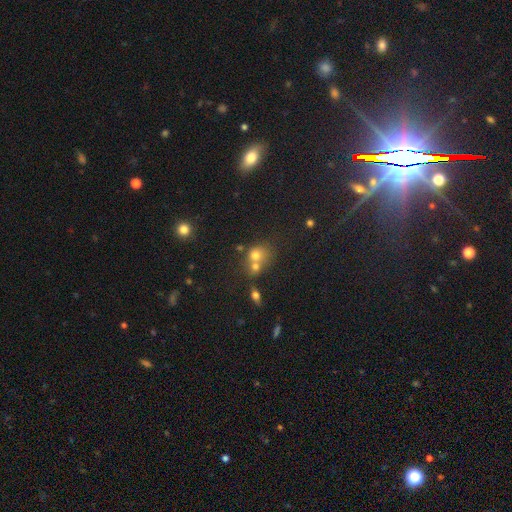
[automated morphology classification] This is likely a smooth galaxy (70%). How rounded: likely round (69%). Merging: possibly merger (56%).